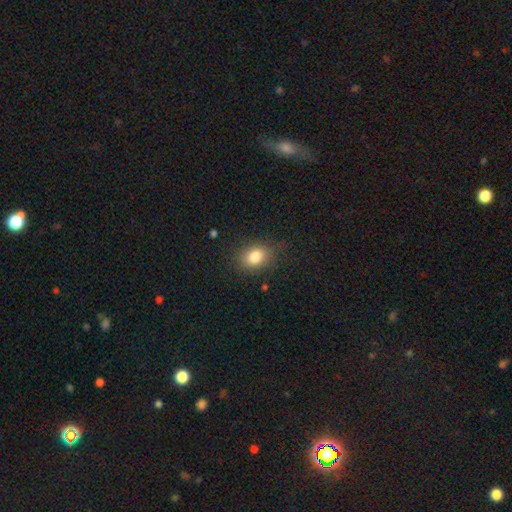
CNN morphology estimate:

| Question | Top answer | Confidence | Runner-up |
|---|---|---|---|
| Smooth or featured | smooth | 80% | star or artifact (12%) |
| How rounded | in between | 53% | round (46%) |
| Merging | none | 83% | minor disturbance (13%) |